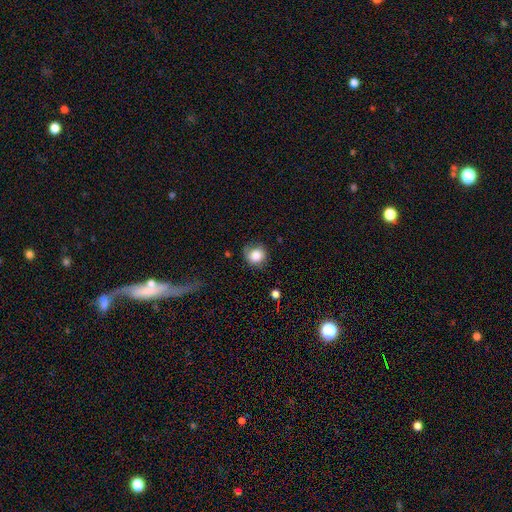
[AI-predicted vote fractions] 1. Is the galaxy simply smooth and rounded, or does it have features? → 82% smooth, 9% star or artifact, 8% featured or disk.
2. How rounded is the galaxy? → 85% round, 14% in between, 1% cigar-shaped.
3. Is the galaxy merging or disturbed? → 65% none, 26% minor disturbance, 7% major disturbance, 2% merger.